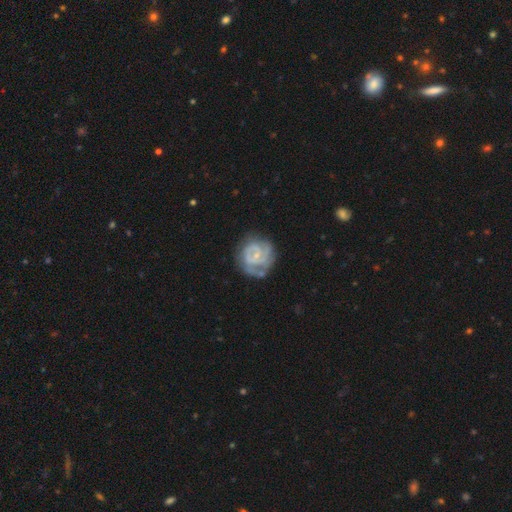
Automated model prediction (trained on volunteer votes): Smooth or featured: featured or disk — 79% (smooth — 16%)
Edge-on disk: no — 98% (yes — 2%)
Bar: no — 55% (weak — 38%)
Spiral arms: yes — 87% (no — 13%)
Spiral winding: tight — 60% (medium — 31%)
Spiral arm count: 2 — 41% (can't tell — 29%)
Bulge size: small — 71% (moderate — 20%)
Merging: none — 59% (minor disturbance — 24%)